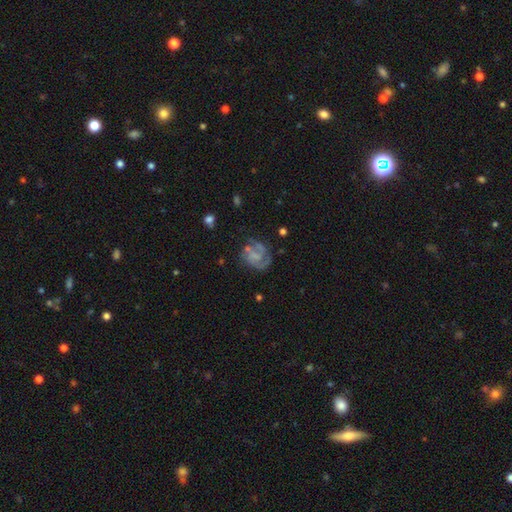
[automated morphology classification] The model was most divided on "spiral winding": medium: 42%, tight: 40%, loose: 18%. Remaining: edge-on disk — no (98%); spiral arms — yes (85%); smooth or featured — featured or disk (72%); bar — no (62%); bulge size — none (56%); merging — none (55%); spiral arm count — 2 (35%).